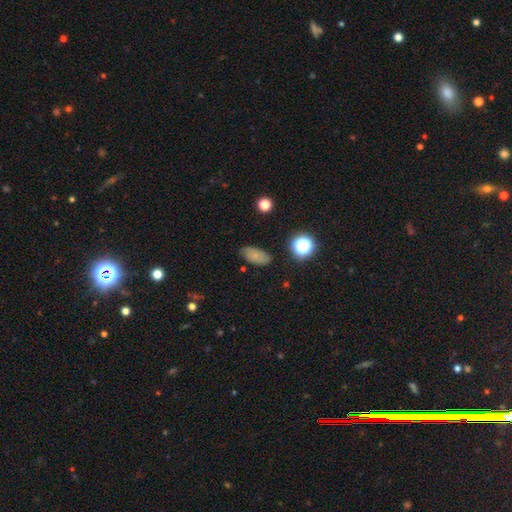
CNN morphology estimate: Smooth or featured: smooth — 73% (featured or disk — 14%)
How rounded: in between — 88% (round — 7%)
Merging: none — 80% (minor disturbance — 15%)